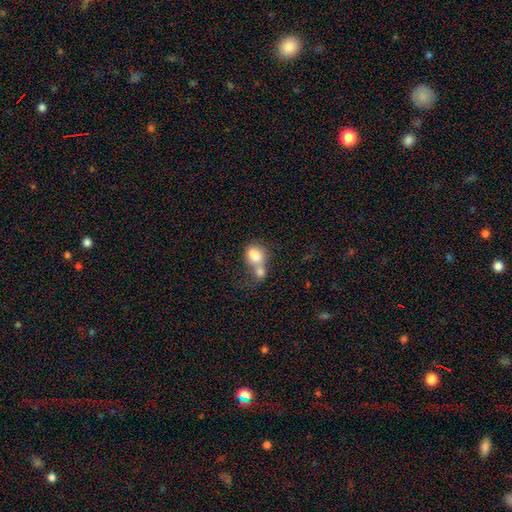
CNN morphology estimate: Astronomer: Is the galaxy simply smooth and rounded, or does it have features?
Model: smooth — 75%.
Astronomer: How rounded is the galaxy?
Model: in between — 51% (runner-up: round, 48%).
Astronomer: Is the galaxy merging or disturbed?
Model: merger — 66%.